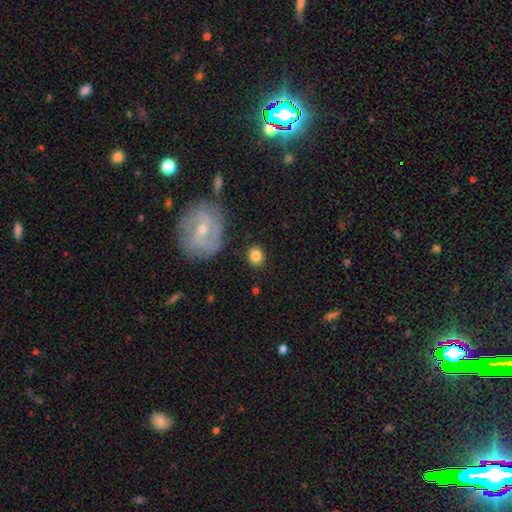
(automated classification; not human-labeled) smooth_or_featured: smooth (p=0.83) [alt: featured or disk p=0.09]
how_rounded: round (p=0.78) [alt: in between p=0.21]
merging: none (p=0.86) [alt: minor disturbance p=0.09]